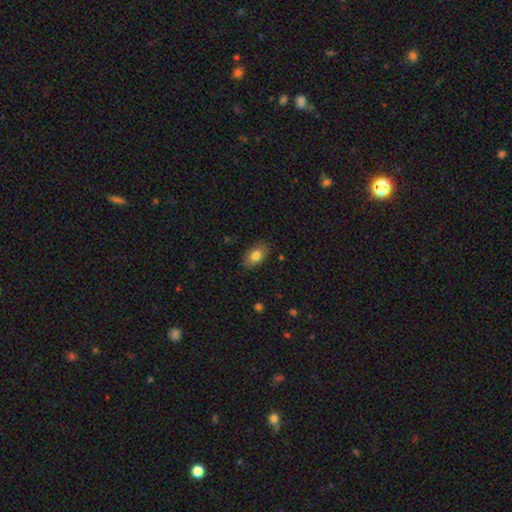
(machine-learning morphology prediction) Smooth or featured: smooth — 81% (featured or disk — 12%)
How rounded: in between — 90% (round — 8%)
Merging: none — 83% (minor disturbance — 13%)